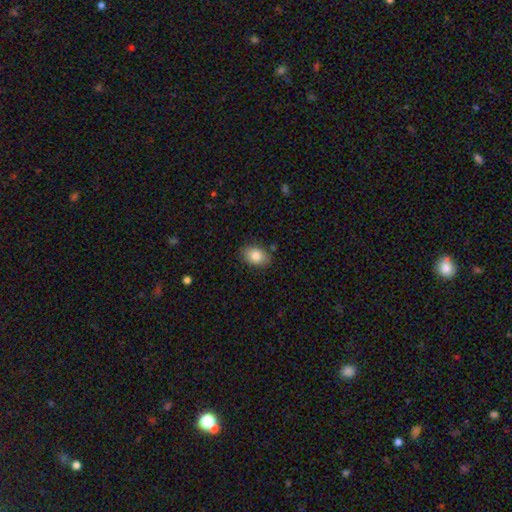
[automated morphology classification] This appears to be a smooth galaxy with no disk features (85%) that is in between round and cigar-shaped (79%). Merging: none (85%).